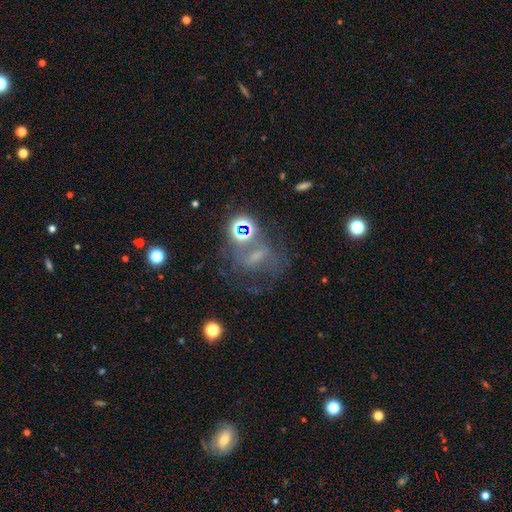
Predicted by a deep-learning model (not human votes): Morphology: type=featured or disk (40%); merging=none (45%).